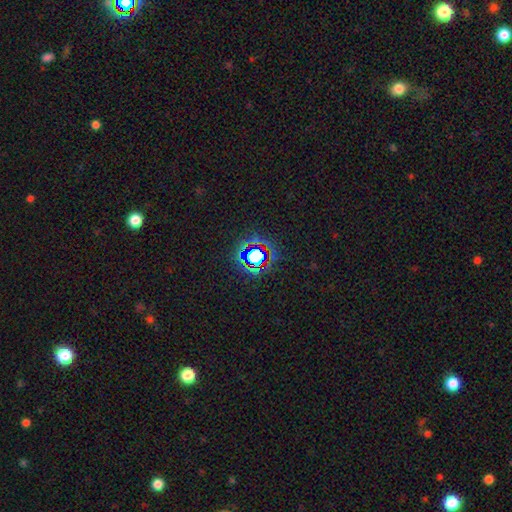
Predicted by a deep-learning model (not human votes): Smooth or featured? star or artifact (66%)